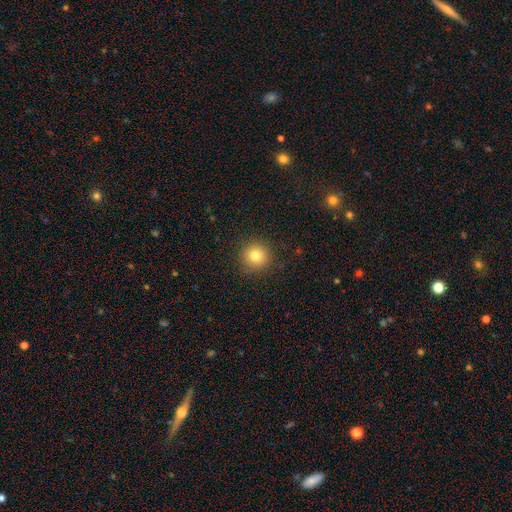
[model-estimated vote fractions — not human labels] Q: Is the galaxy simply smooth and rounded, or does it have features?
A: smooth — 80%.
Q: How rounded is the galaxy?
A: round — 93%.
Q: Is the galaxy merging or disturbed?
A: none — 89%.